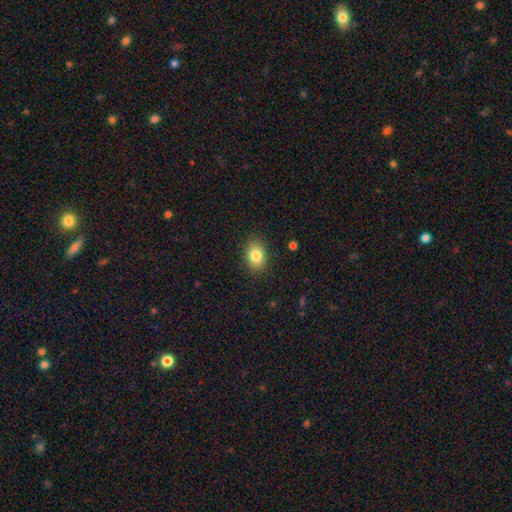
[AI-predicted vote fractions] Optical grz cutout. It shows a smooth galaxy with no disk features (82%) that is in between round and cigar-shaped (77%). Merging: none (87%).